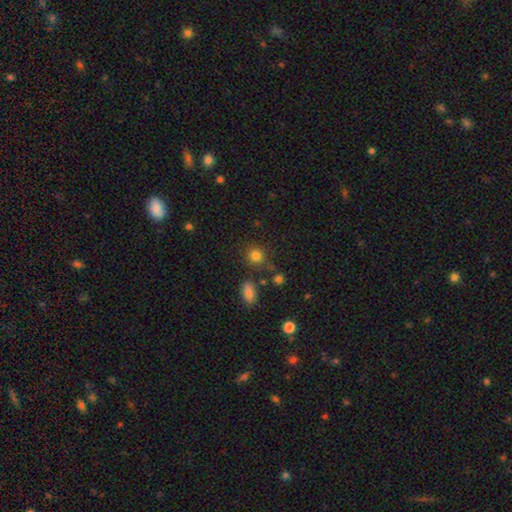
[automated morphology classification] smooth-or-featured: smooth: 81% | star or artifact: 13% | featured or disk: 6%
  how-rounded: round: 84% | in between: 15% | cigar-shaped: 1%
  merging: none: 75% | minor disturbance: 12% | merger: 8% | major disturbance: 5%